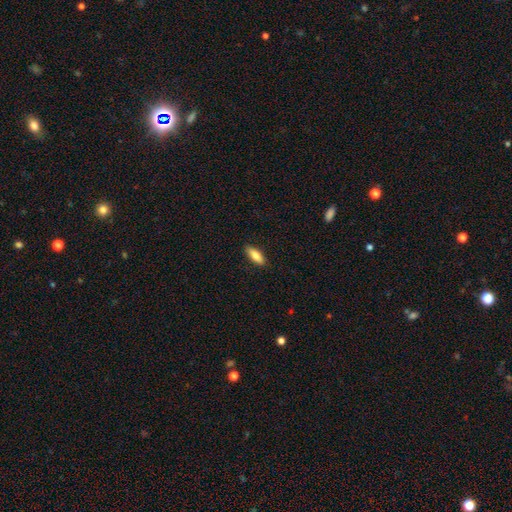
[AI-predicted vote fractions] smooth-or-featured: smooth: 83% | featured or disk: 11% | star or artifact: 6%
  how-rounded: in between: 67% | cigar-shaped: 31% | round: 2%
  merging: none: 88% | minor disturbance: 9% | major disturbance: 2% | merger: 1%